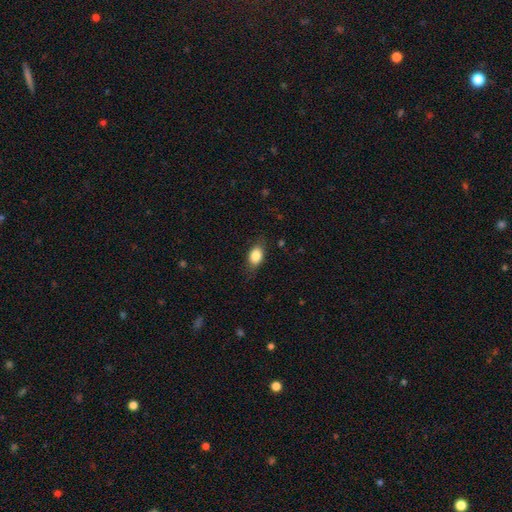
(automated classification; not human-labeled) Overall: smooth (83%). How rounded: in between (83%). Merging: none (76%).